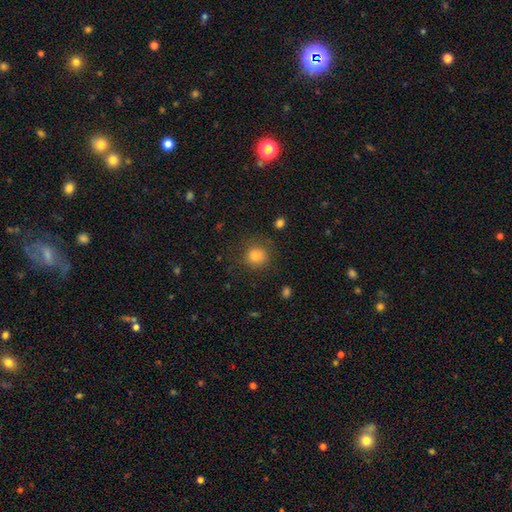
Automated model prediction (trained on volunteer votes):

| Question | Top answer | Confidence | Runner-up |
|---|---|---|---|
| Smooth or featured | smooth | 81% | star or artifact (12%) |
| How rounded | round | 89% | in between (10%) |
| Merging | none | 80% | minor disturbance (13%) |